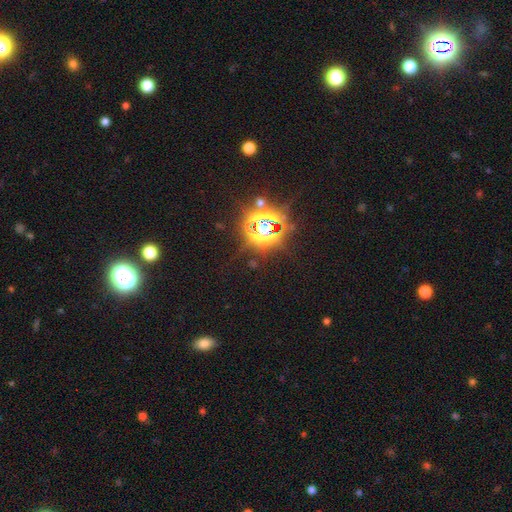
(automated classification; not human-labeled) Smooth or featured? star or artifact (83%)